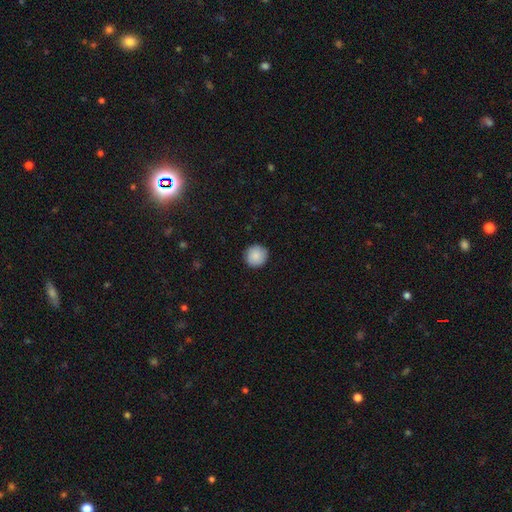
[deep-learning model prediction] Overall: smooth (89%). How rounded: round (95%). Merging: none (91%).